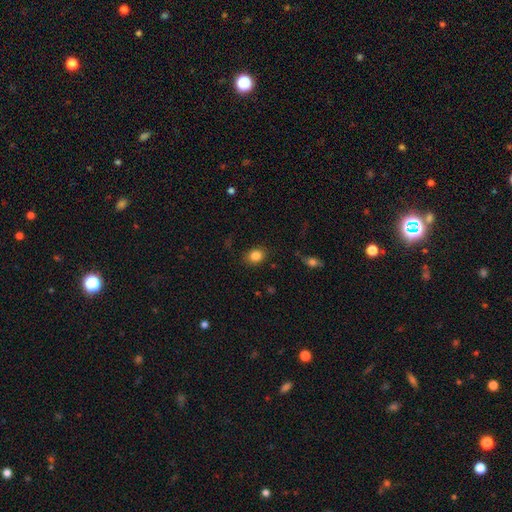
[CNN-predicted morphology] Overall: smooth (84%). How rounded: round (51%; in between 48%). Merging: none (85%).